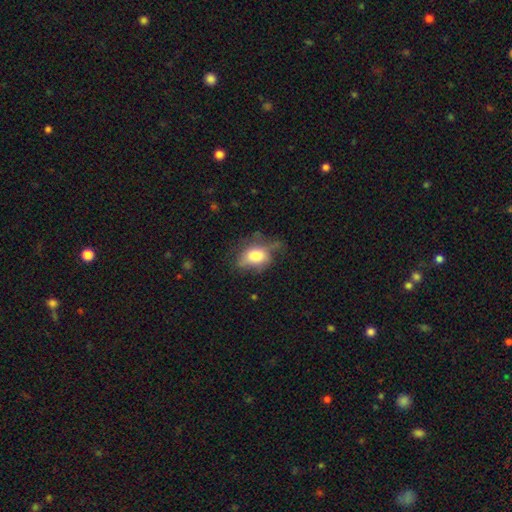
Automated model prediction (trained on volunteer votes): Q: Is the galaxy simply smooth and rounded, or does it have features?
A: smooth — 71%.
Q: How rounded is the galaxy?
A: in between — 79%.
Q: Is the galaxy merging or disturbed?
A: none — 37%.